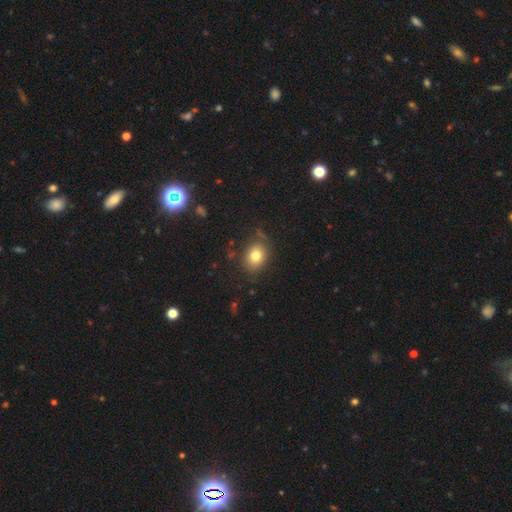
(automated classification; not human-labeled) This is likely a smooth galaxy (78%). How rounded: possibly round (50%). Merging: likely none (78%).